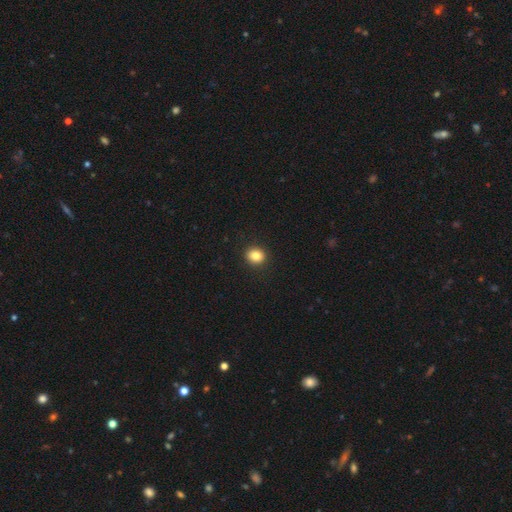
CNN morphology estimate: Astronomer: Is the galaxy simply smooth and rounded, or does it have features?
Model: smooth — 85%.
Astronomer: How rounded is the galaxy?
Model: round — 70%.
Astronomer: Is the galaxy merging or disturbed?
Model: none — 92%.